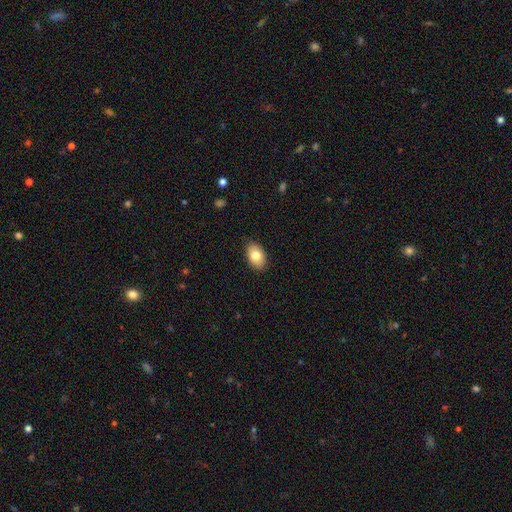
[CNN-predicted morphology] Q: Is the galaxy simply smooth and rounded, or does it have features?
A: smooth — 79%.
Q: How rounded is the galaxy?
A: in between — 90%.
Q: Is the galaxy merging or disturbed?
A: none — 88%.